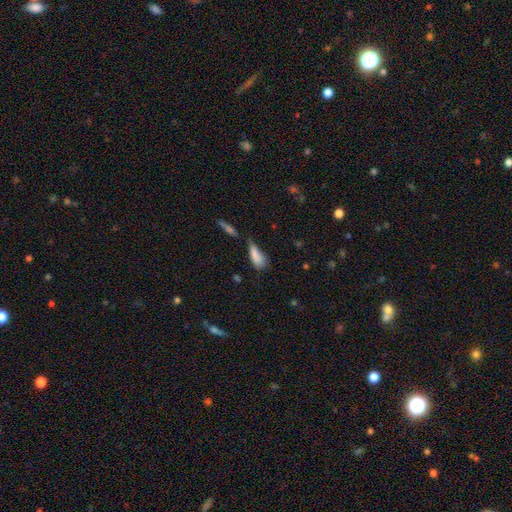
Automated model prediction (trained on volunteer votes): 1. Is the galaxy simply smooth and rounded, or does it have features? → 81% smooth, 9% star or artifact, 9% featured or disk.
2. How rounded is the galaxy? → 71% in between, 26% cigar-shaped, 3% round.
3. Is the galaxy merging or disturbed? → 34% minor disturbance (tied), 34% none (tied), 17% major disturbance, 14% merger.